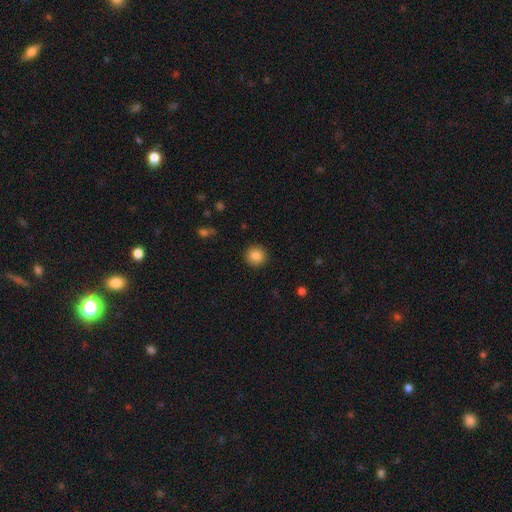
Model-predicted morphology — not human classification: smooth 85%, star or artifact 10%, featured or disk 5%. Down the decision tree: how rounded — round (94%); merging — none (91%).